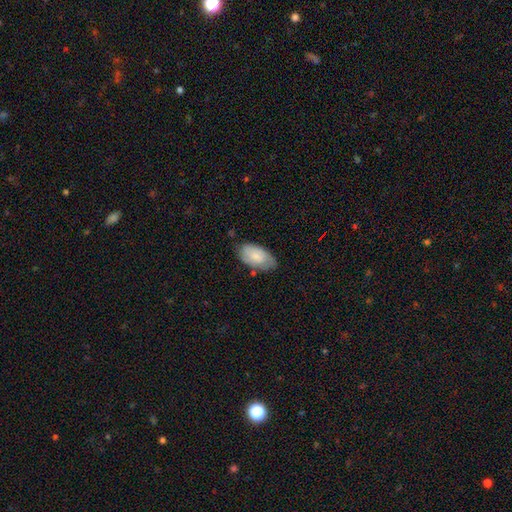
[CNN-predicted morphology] Smooth or featured: smooth — 72% (featured or disk — 22%)
How rounded: in between — 94% (round — 3%)
Merging: none — 66% (minor disturbance — 26%)